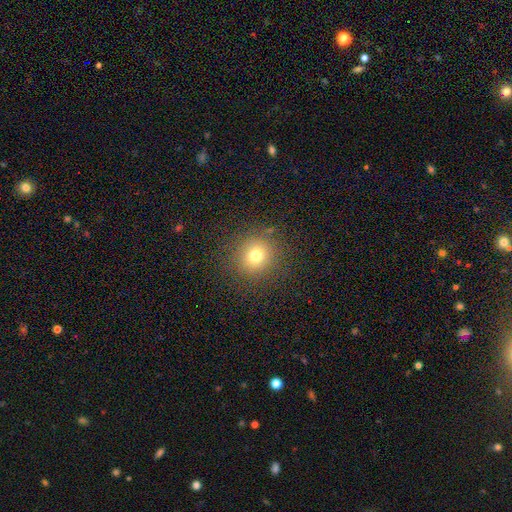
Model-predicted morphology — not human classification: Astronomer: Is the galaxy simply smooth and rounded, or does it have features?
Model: smooth — 73%.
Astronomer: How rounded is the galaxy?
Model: round — 92%.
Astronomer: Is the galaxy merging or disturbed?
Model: none — 87%.